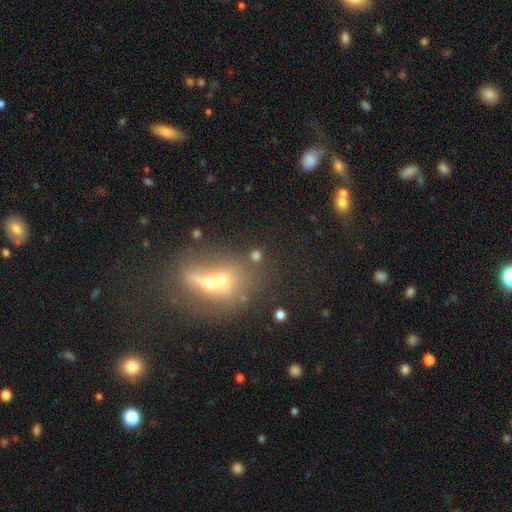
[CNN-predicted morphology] smooth-or-featured: smooth: 64% | star or artifact: 21% | featured or disk: 15%
  how-rounded: round: 68% | in between: 29% | cigar-shaped: 4%
  merging: none: 58% | merger: 29% | minor disturbance: 8% | major disturbance: 5%